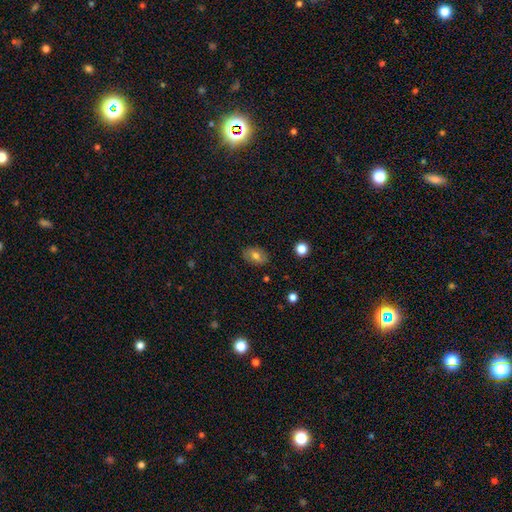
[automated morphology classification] Q: Smooth or featured?
A: smooth (73%); runner-up: featured or disk (18%)
Q: How rounded?
A: in between (86%); runner-up: round (13%)
Q: Merging?
A: none (85%); runner-up: minor disturbance (11%)